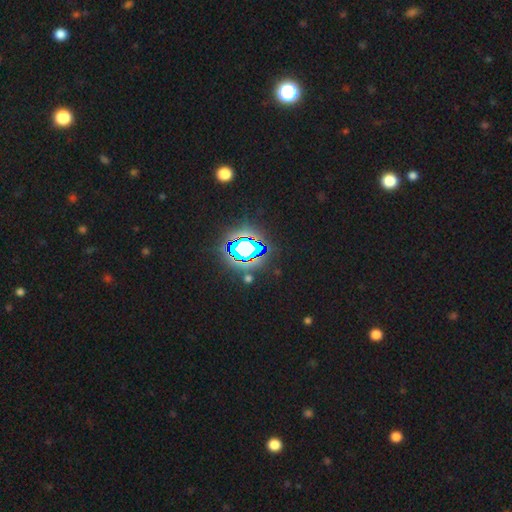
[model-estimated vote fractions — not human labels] smooth_or_featured: star or artifact (p=0.76) [alt: smooth p=0.14]